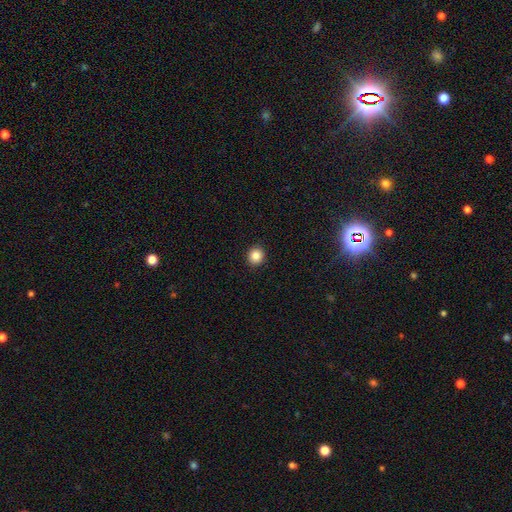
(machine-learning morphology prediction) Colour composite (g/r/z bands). It shows a smooth galaxy with no disk features (86%) that is round (89%). Merging: none (92%).